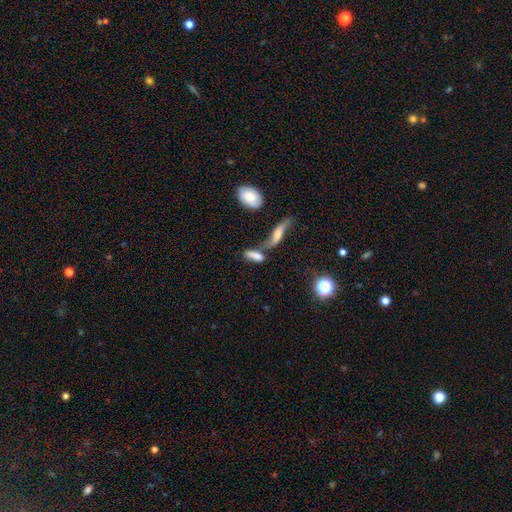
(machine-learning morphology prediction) Smooth or featured?
  - smooth: 68% *
  - featured or disk: 21%
  - star or artifact: 11%
How rounded?
  - in between: 63% *
  - cigar-shaped: 32%
  - round: 5%
Merging?
  - merger: 41% *
  - none: 34%
  - minor disturbance: 15%
  - major disturbance: 10%